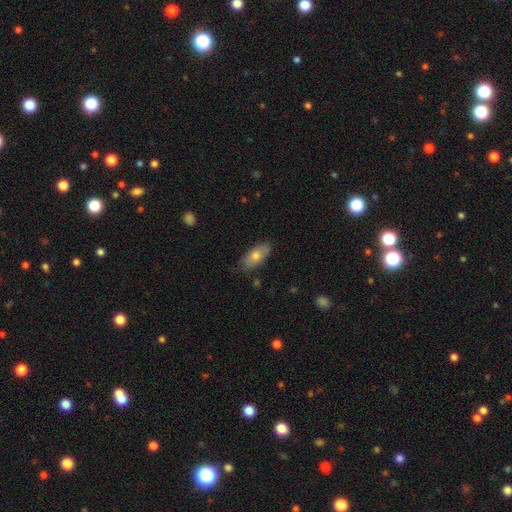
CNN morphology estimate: Smooth or featured? Predicted: smooth (p=0.70). How rounded? Predicted: in between (p=0.87). Merging? Predicted: none (p=0.80).